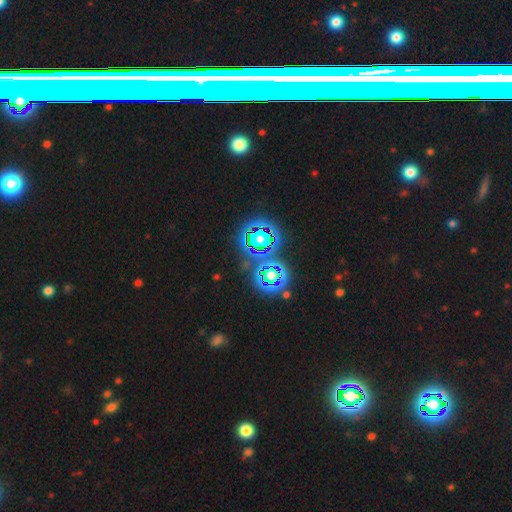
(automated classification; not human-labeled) Smooth or featured: star or artifact — 58% (smooth — 21%)